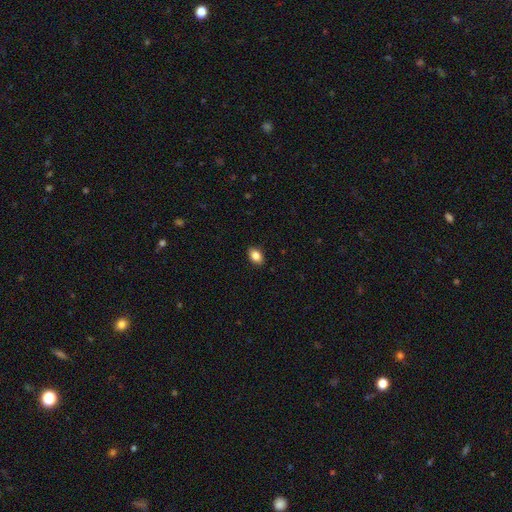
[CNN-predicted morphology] The model was most divided on "how rounded": in between: 85%, round: 13%, cigar-shaped: 2%. More confident: merging — none (89%); smooth or featured — smooth (85%).